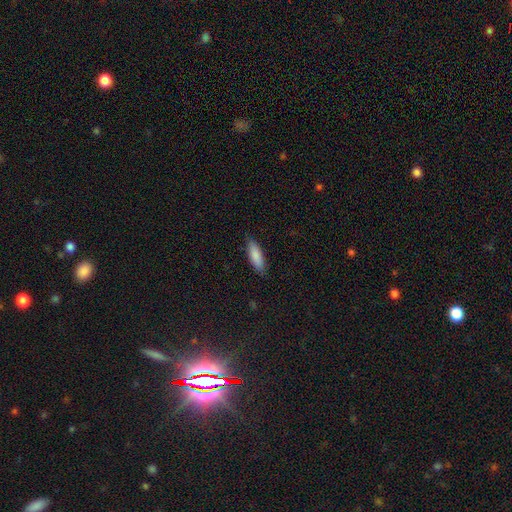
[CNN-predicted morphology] Overall: smooth (85%). How rounded: in between (53%; cigar-shaped 45%). Merging: none (85%).